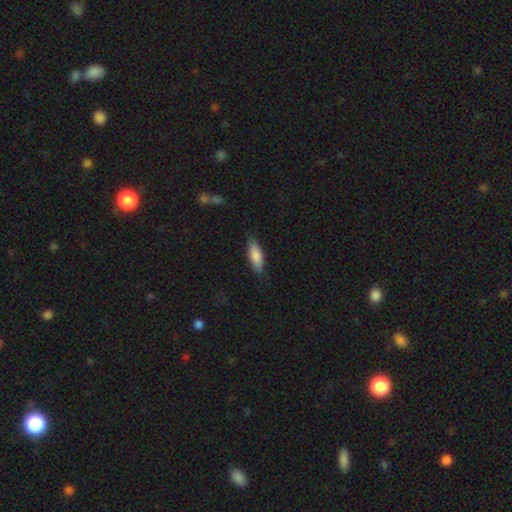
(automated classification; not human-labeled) The model was most divided on "how rounded": in between: 64%, cigar-shaped: 34%, round: 2%. More confident: merging — none (82%); smooth or featured — smooth (82%).